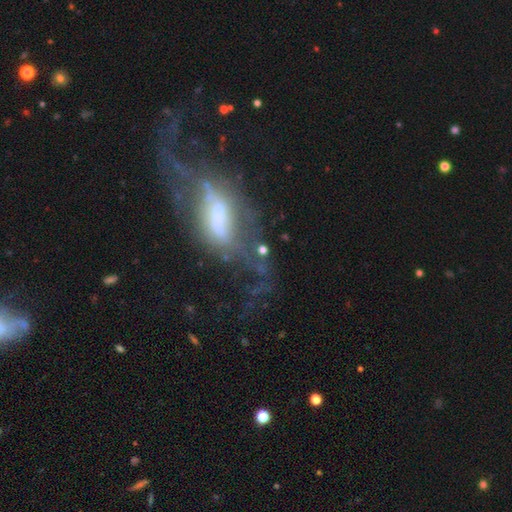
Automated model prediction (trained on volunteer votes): smooth_or_featured: featured or disk (p=0.83) [alt: smooth p=0.08]
disk_edge_on: no (p=0.89) [alt: yes p=0.11]
bar: weak (p=0.44) [alt: strong p=0.36]
has_spiral_arms: yes (p=0.90) [alt: no p=0.10]
spiral_winding: loose (p=0.61) [alt: medium p=0.30]
spiral_arm_count: 2 (p=0.83) [alt: can't tell p=0.08]
bulge_size: moderate (p=0.38) [alt: small p=0.33]
merging: none (p=0.57) [alt: major disturbance p=0.23]